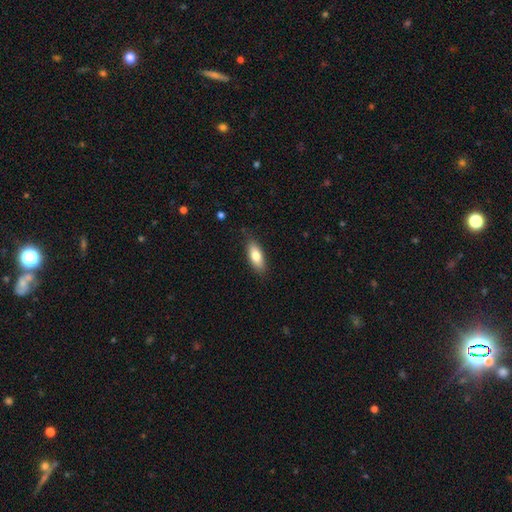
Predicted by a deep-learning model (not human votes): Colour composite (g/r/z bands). It shows a smooth galaxy with no disk features (78%) that is in between round and cigar-shaped (75%). Merging: none (84%).